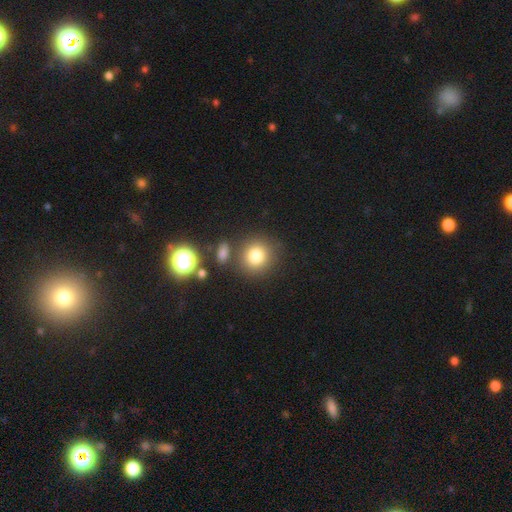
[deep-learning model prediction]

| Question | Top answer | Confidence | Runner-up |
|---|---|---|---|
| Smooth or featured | smooth | 80% | star or artifact (12%) |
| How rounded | round | 87% | in between (12%) |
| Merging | none | 78% | merger (9%) |